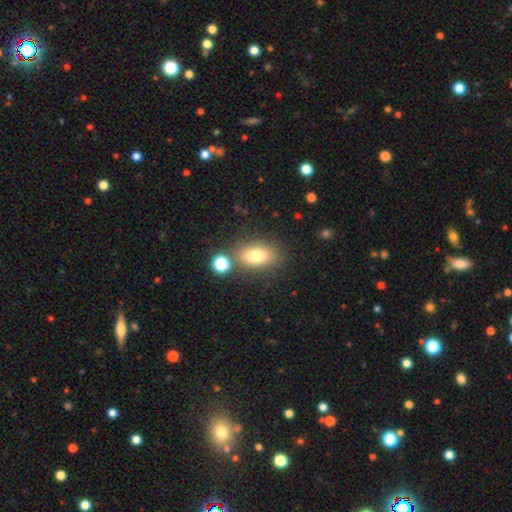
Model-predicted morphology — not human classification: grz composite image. It shows a smooth galaxy with no disk features (75%) that is in between round and cigar-shaped (80%). Merging: none (77%).